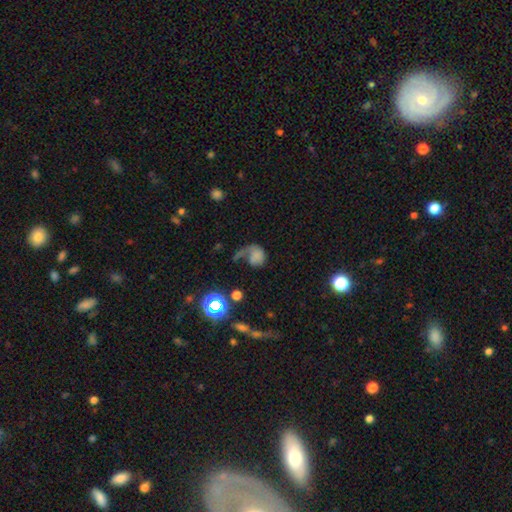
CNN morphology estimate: Smooth or featured? smooth (54%)
How rounded? round (56%)
Merging? major disturbance (47%)